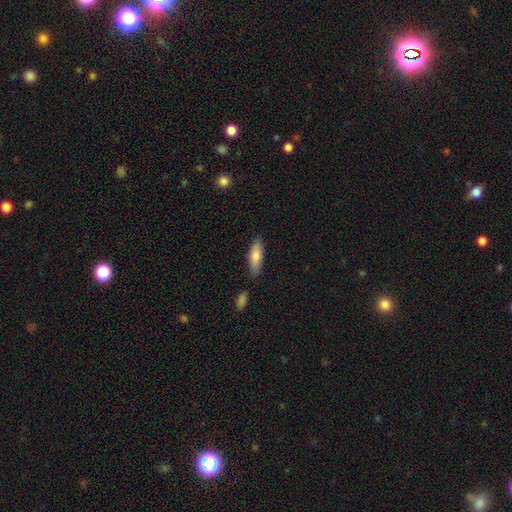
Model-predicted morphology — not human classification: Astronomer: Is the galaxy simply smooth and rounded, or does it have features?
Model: smooth — 79%.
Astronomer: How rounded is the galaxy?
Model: in between — 59% (runner-up: cigar-shaped, 39%).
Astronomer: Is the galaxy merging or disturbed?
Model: none — 78%.